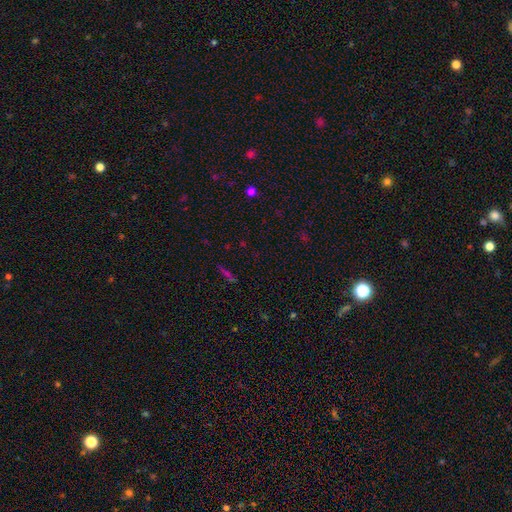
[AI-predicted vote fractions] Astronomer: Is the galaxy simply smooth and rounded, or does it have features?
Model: star or artifact — 56% (runner-up: smooth, 32%).